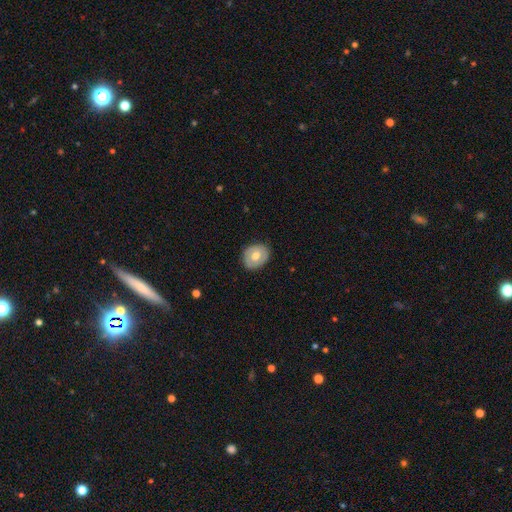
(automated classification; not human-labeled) Overall: smooth (60%; featured or disk 33%). How rounded: round (56%; in between 43%). Merging: none (85%).